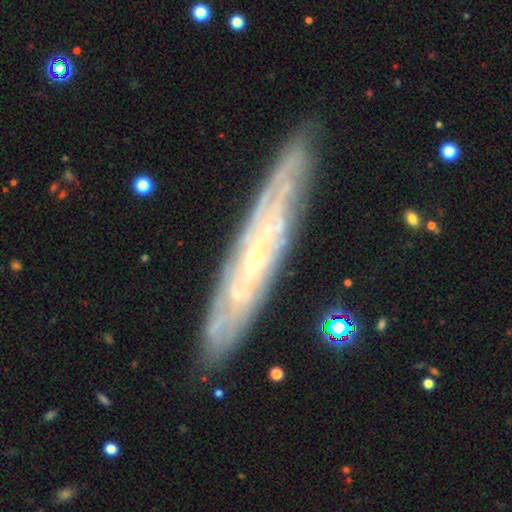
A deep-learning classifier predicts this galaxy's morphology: Smooth or featured?
  - featured or disk: 78% *
  - smooth: 15%
  - star or artifact: 7%
Edge-on disk?
  - yes: 51% *
  - no: 49%
Merging?
  - none: 84% *
  - minor disturbance: 12%
  - major disturbance: 3%
  - merger: 2%